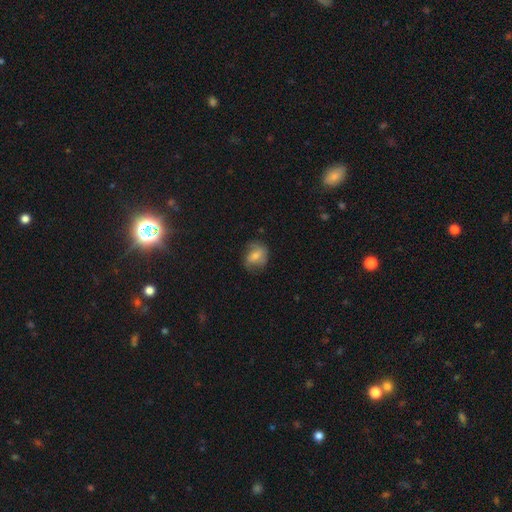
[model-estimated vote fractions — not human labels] This appears to be a smooth galaxy with no disk features (56%) that is round (53%). Merging: none (63%).